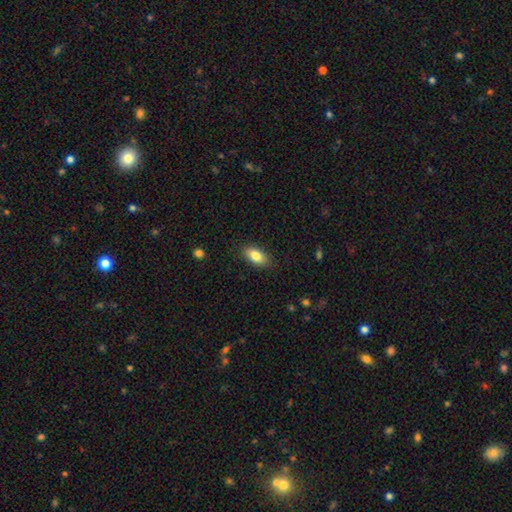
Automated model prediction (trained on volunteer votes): Smooth or featured: smooth — 84% (featured or disk — 9%)
How rounded: in between — 90% (cigar-shaped — 6%)
Merging: none — 86% (minor disturbance — 10%)